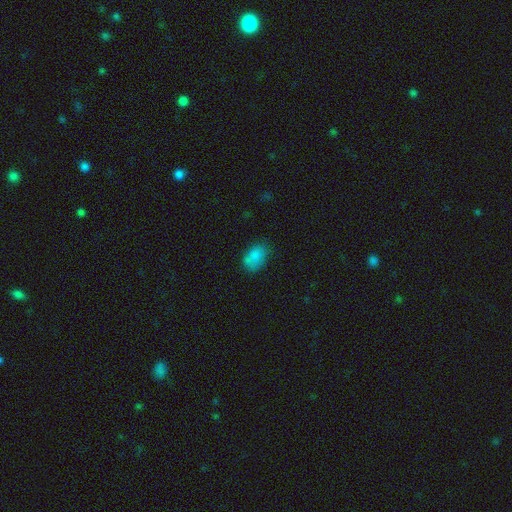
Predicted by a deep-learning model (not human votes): smooth-or-featured: smooth: 81% | star or artifact: 10% | featured or disk: 9%
  how-rounded: in between: 82% | round: 17% | cigar-shaped: 1%
  merging: none: 59% | minor disturbance: 24% | merger: 9% | major disturbance: 8%